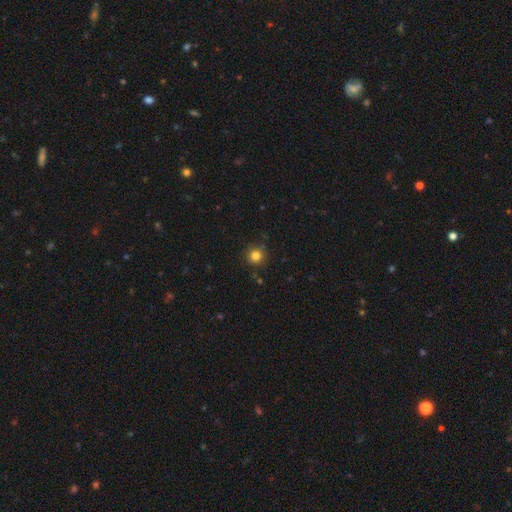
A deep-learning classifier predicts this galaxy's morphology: Smooth or featured: smooth — 82% (star or artifact — 13%)
How rounded: round — 93% (in between — 6%)
Merging: none — 87% (minor disturbance — 9%)